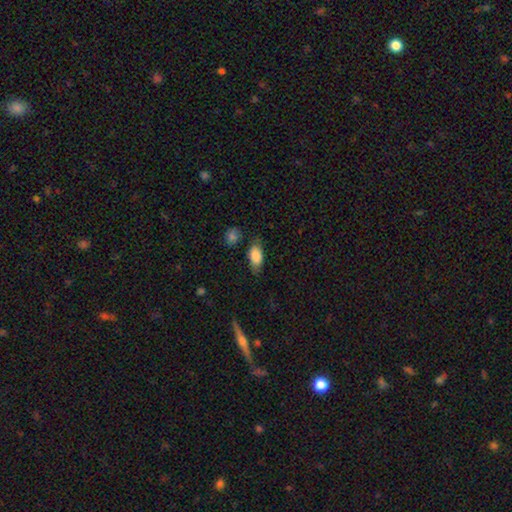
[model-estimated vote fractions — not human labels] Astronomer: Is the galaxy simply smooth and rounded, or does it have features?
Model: smooth — 83%.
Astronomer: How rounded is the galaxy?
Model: in between — 89%.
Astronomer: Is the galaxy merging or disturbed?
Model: none — 70%.